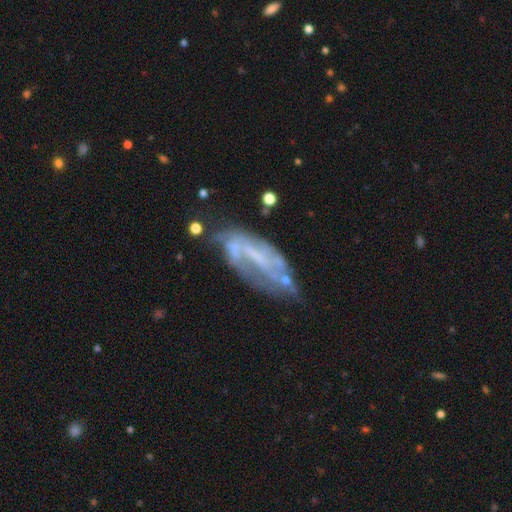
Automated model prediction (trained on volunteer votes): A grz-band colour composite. It shows a featured or disk galaxy (69%) with no bar (45%), spiral arms (54%) and no central bulge (64%). Merging: none (43%).